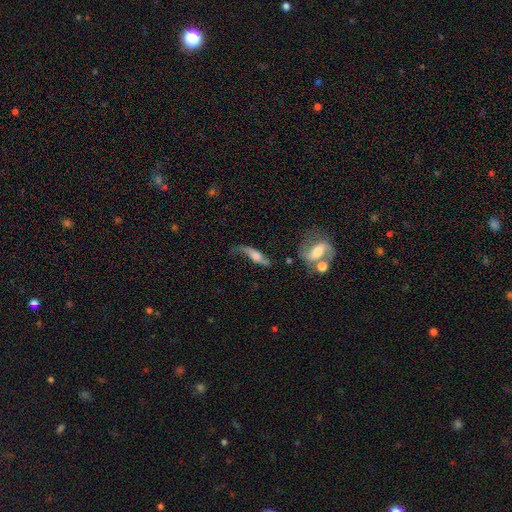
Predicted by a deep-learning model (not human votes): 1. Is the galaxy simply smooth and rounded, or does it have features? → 61% featured or disk, 30% smooth, 8% star or artifact.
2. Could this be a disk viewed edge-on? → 58% no, 42% yes.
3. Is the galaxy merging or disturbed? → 44% none, 27% minor disturbance, 20% major disturbance, 9% merger.